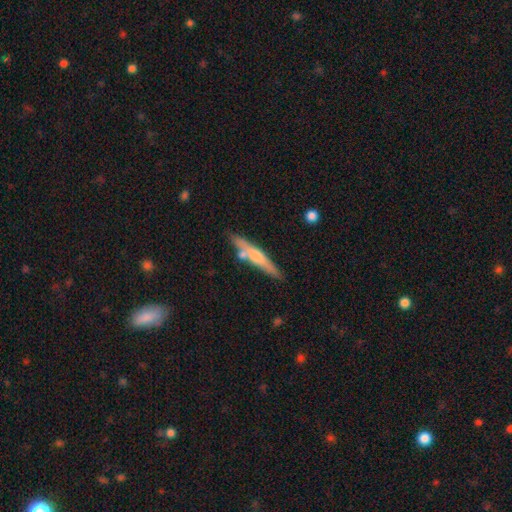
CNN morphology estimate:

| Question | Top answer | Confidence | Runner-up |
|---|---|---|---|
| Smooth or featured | featured or disk | 53% | smooth (41%) |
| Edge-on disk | yes | 94% | no (6%) |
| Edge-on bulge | rounded | 74% | none (16%) |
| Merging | none | 77% | minor disturbance (13%) |